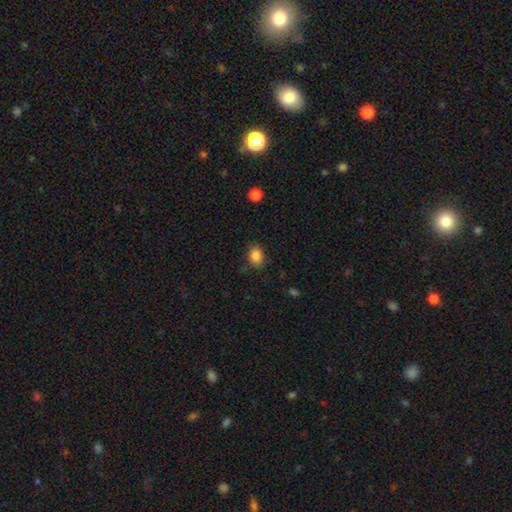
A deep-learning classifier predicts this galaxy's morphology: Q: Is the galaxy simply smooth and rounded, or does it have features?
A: smooth — 86%.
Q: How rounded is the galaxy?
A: in between — 68%.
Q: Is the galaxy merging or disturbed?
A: none — 84%.